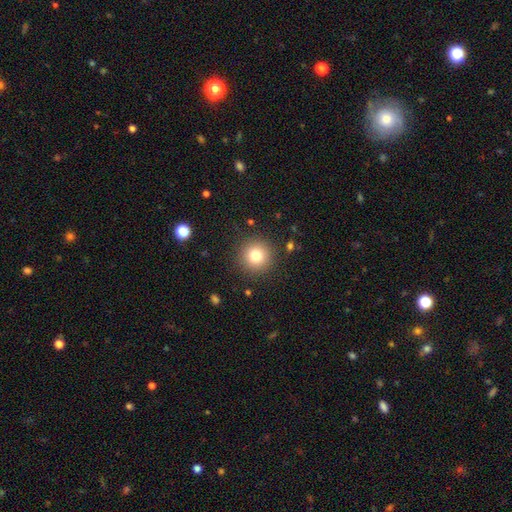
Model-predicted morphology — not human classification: Q: Smooth or featured?
A: smooth (78%); runner-up: star or artifact (13%)
Q: How rounded?
A: round (95%); runner-up: in between (4%)
Q: Merging?
A: none (90%); runner-up: minor disturbance (6%)